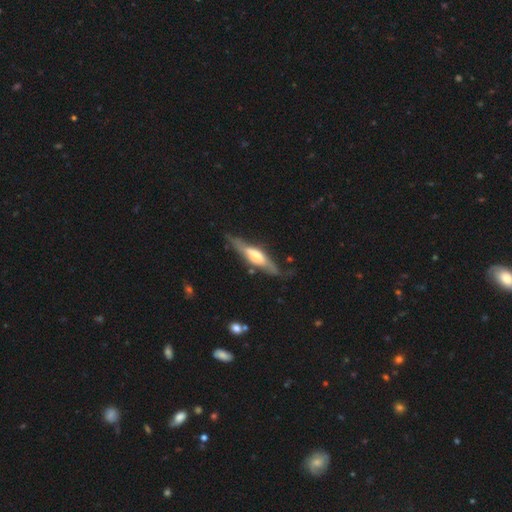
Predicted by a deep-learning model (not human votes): The model was most divided on "smooth or featured": featured or disk: 61%, smooth: 33%, star or artifact: 5%. More confident: edge-on disk — yes (82%); merging — none (71%); edge-on bulge — rounded (62%).